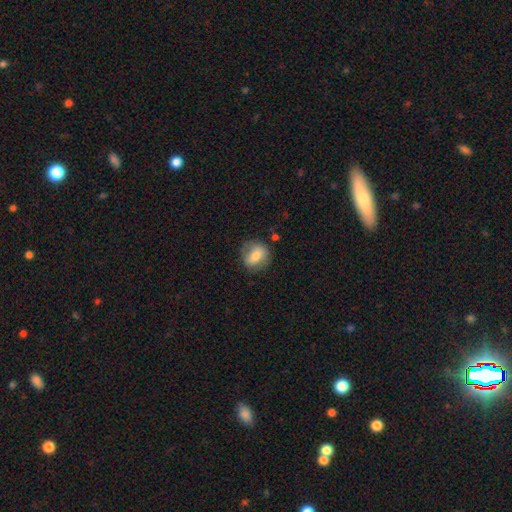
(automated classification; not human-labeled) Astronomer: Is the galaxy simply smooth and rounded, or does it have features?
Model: smooth — 68%.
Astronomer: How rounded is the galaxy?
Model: round — 62%.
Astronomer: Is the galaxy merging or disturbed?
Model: none — 74%.